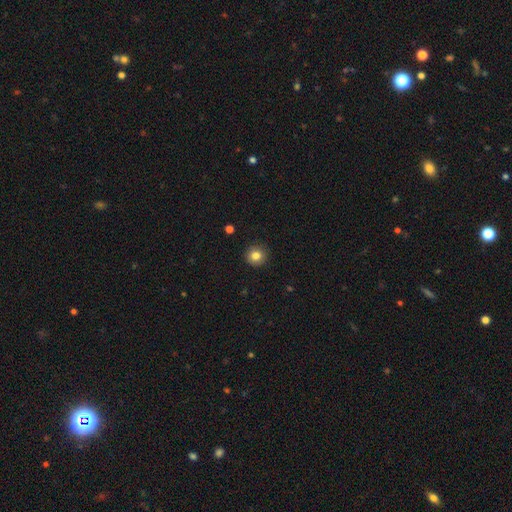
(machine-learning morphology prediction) type=smooth (82%); roundness=round (94%); merging=none (92%).